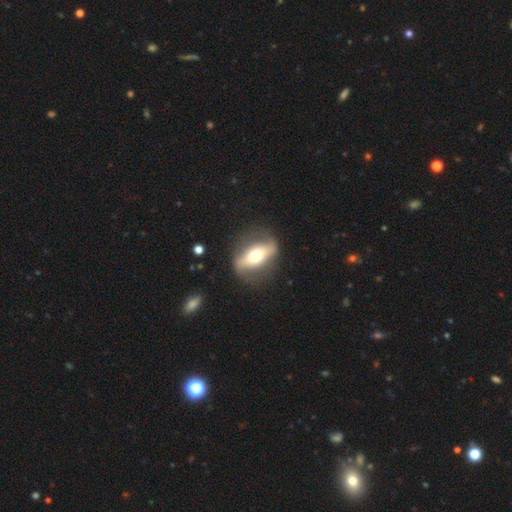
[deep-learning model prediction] Smooth or featured? Predicted: featured or disk (p=0.60). Edge-on disk? Predicted: no (p=0.68). Merging? Predicted: none (p=0.75).